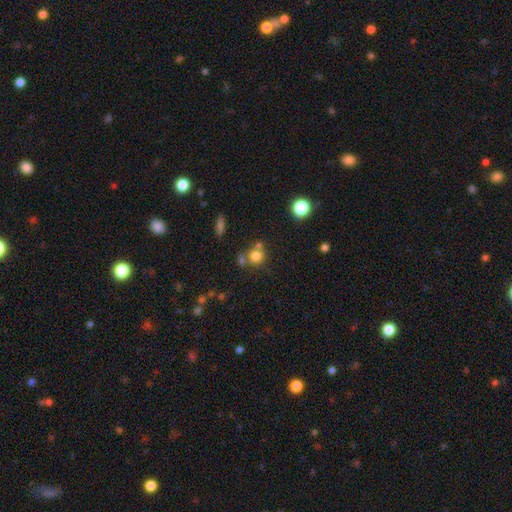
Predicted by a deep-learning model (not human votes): smooth 77%, star or artifact 14%, featured or disk 9%. Down the decision tree: how rounded — round (88%); merging — none (59%).